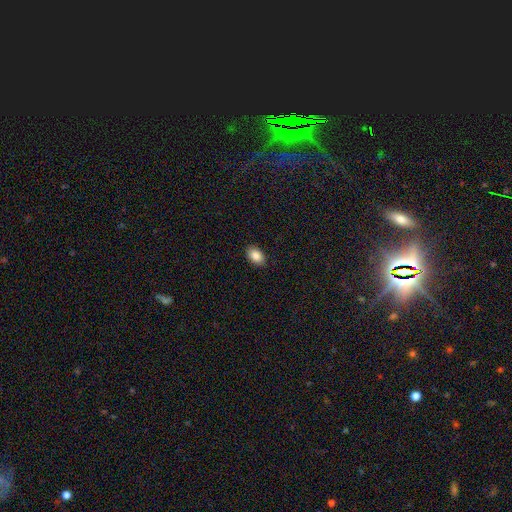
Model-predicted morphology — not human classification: This appears to be a smooth galaxy with no disk features (87%) that is in between round and cigar-shaped (88%). Merging: none (90%).